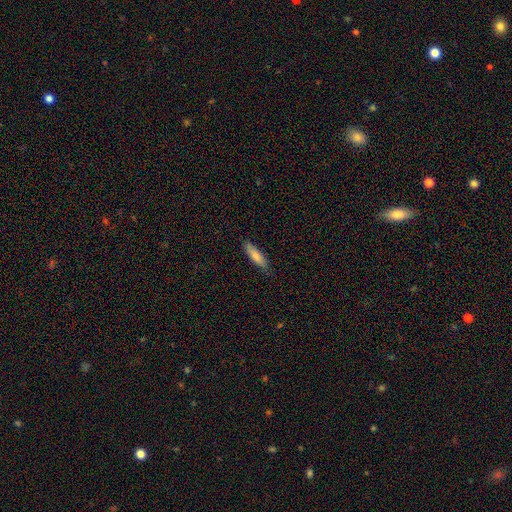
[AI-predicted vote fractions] smooth 82%, featured or disk 12%, star or artifact 6%. Down the decision tree: how rounded — cigar-shaped (72%); merging — none (84%).